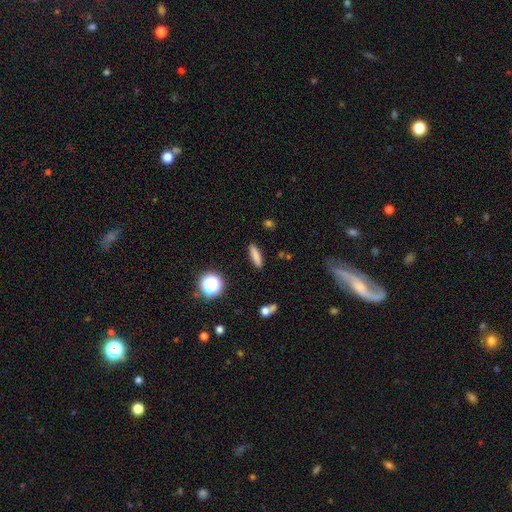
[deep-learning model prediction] Smooth or featured? Predicted: smooth (p=0.81). How rounded? Predicted: cigar-shaped (p=0.64). Merging? Predicted: none (p=0.89).